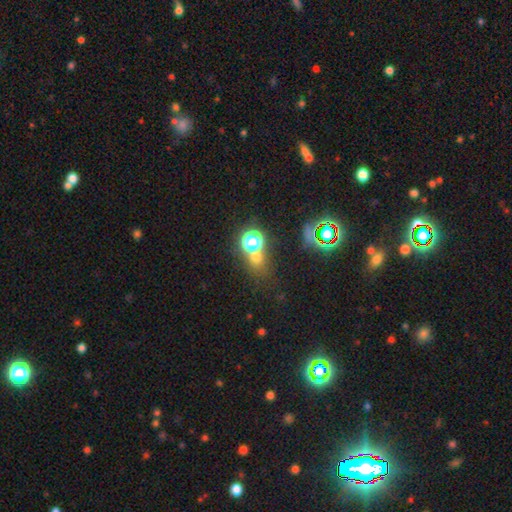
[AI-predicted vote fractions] Overall: smooth (54%; star or artifact 38%). How rounded: round (76%). Merging: none (54%; merger 29%).